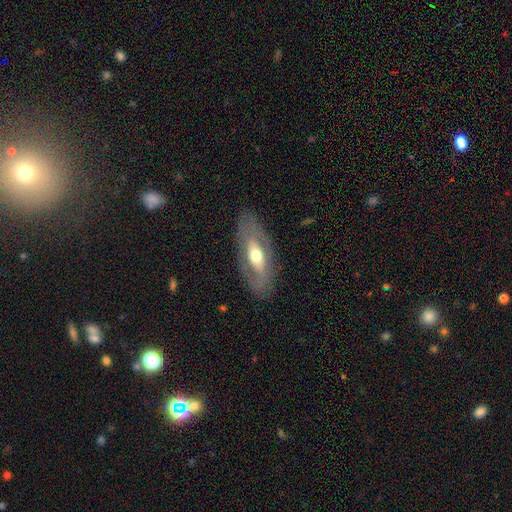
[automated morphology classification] A featured or disk galaxy (60%). Merging: none (81%).